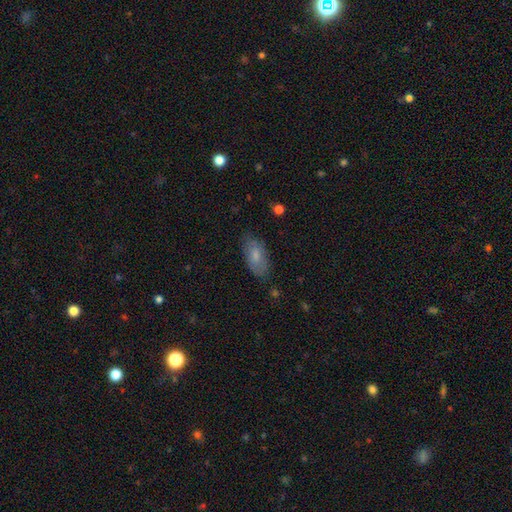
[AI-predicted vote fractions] Smooth or featured? smooth (72%)
How rounded? in between (91%)
Merging? none (76%)